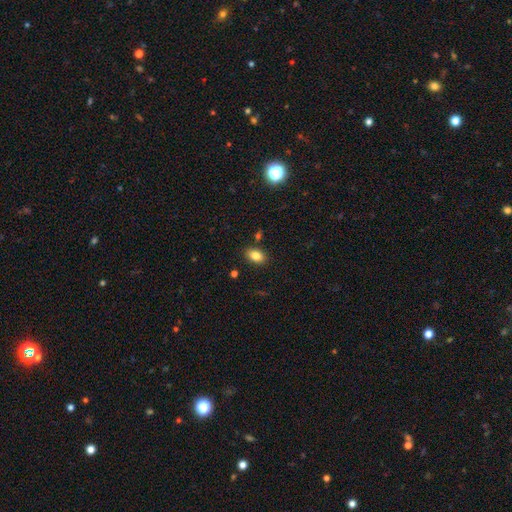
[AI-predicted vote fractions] A smooth galaxy with no disk features (83%) that is in between round and cigar-shaped (86%). Merging: none (85%).